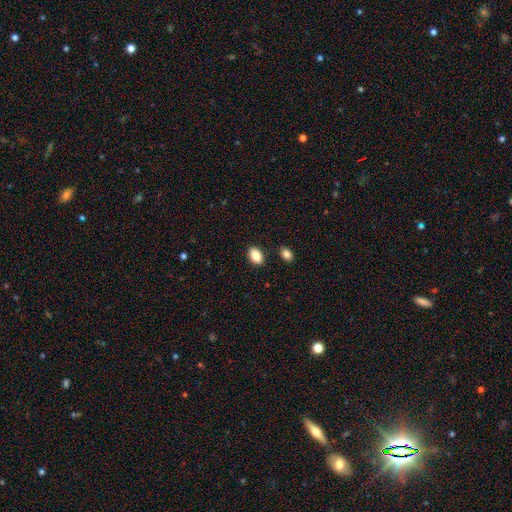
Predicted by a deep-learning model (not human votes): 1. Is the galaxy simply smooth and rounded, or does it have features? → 87% smooth, 8% star or artifact, 5% featured or disk.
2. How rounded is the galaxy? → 87% in between, 11% round, 1% cigar-shaped.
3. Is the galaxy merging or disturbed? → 87% none, 8% minor disturbance, 3% merger, 2% major disturbance.